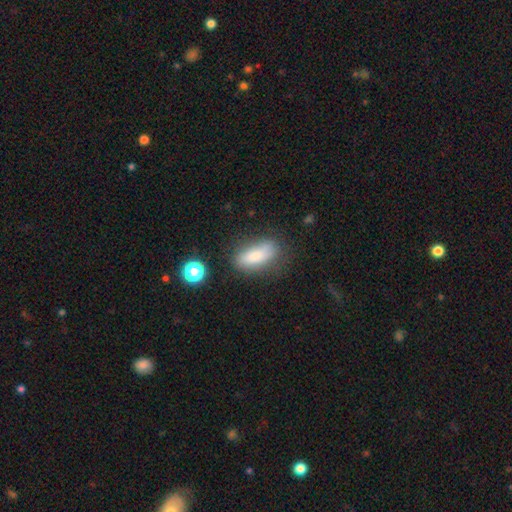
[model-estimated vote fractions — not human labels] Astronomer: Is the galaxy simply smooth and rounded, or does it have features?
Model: smooth — 80%.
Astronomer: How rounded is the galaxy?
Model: in between — 77%.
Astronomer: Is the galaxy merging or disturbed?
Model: none — 69%.